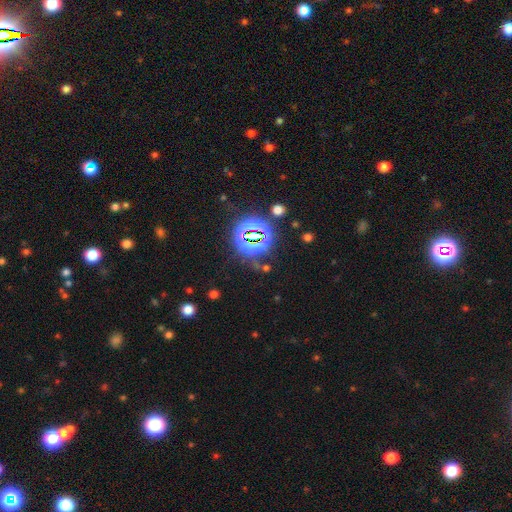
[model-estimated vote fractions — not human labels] Smooth or featured? Predicted: star or artifact (p=0.82).